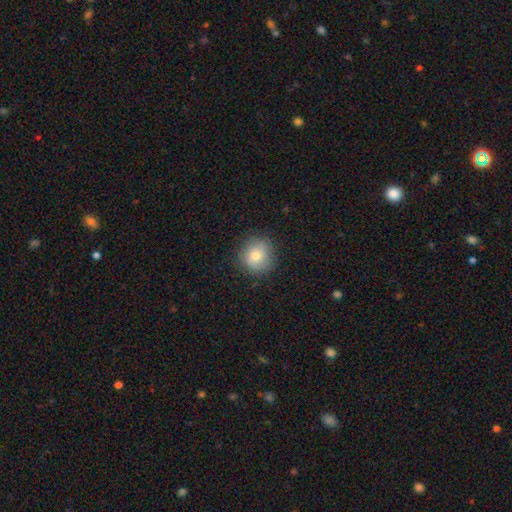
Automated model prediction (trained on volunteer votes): The model was most divided on "smooth or featured": smooth: 79%, featured or disk: 11%, star or artifact: 10%. More confident: how rounded — round (89%); merging — none (86%).